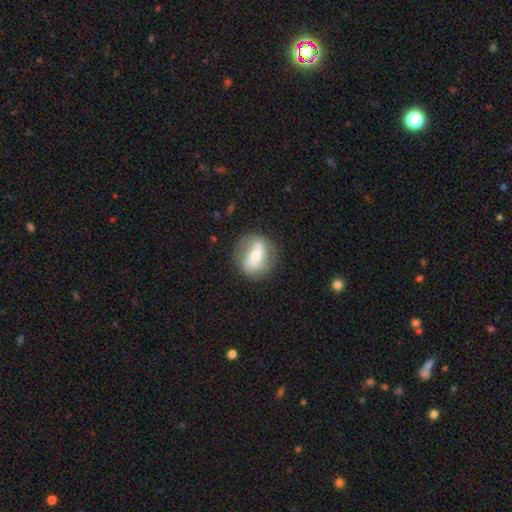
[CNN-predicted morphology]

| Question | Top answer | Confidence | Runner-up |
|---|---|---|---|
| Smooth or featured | featured or disk | 58% | smooth (35%) |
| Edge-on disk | no | 93% | yes (7%) |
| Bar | strong | 35% | no (34%) |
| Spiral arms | yes | 70% | no (30%) |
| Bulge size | moderate | 52% | small (38%) |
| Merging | none | 73% | minor disturbance (17%) |